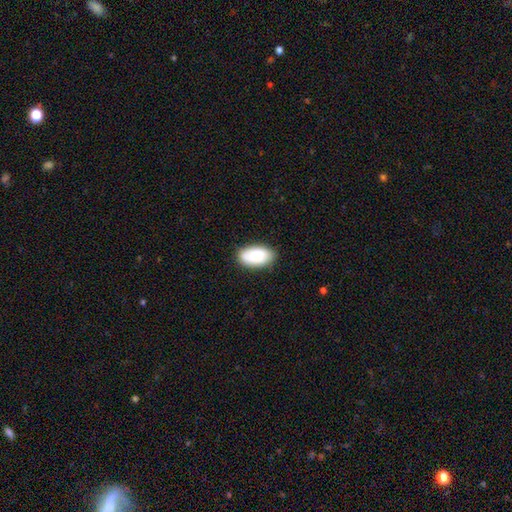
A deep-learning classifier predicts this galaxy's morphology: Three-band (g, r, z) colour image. It shows a smooth galaxy with no disk features (86%) that is in between round and cigar-shaped (95%). Merging: none (82%).